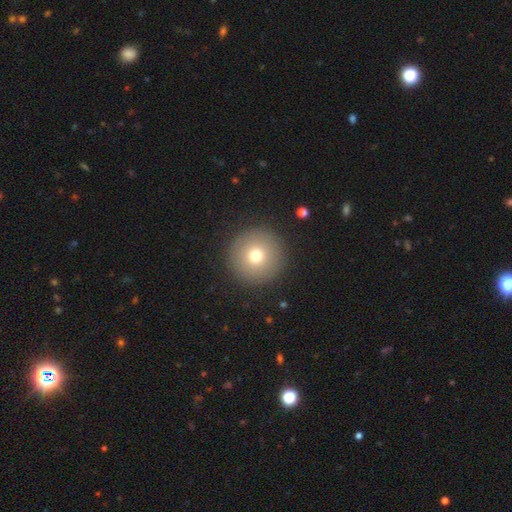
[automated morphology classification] Smooth or featured?
  - smooth: 75% *
  - featured or disk: 13%
  - star or artifact: 12%
How rounded?
  - round: 97% *
  - in between: 2%
  - cigar-shaped: 1%
Merging?
  - none: 92% *
  - minor disturbance: 5%
  - major disturbance: 2%
  - merger: 1%